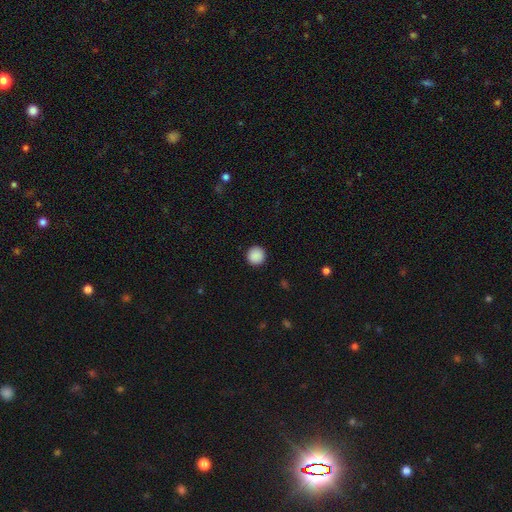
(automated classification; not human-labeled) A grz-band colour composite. It shows a smooth galaxy with no disk features (90%) that is round (96%). Merging: none (93%).